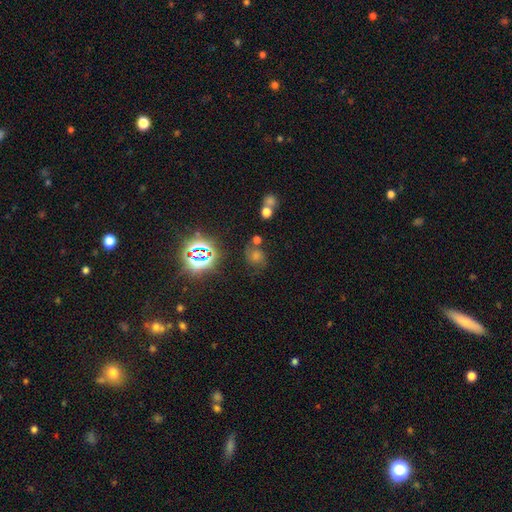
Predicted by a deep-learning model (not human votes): The model was most divided on "smooth or featured": star or artifact: 51%, smooth: 31%, featured or disk: 18%.